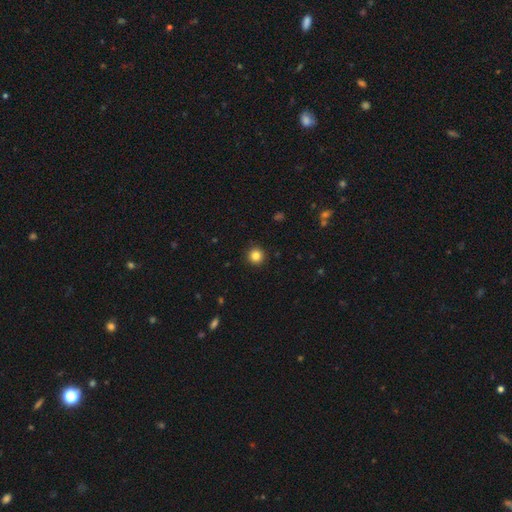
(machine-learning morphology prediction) Overall: smooth (84%). How rounded: round (96%). Merging: none (93%).